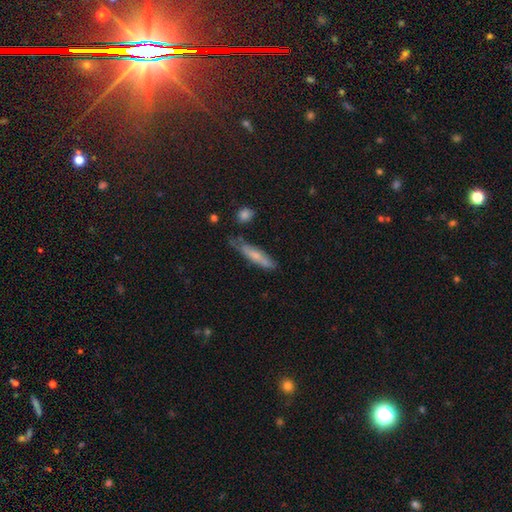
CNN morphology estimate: smooth-or-featured: smooth: 60% | featured or disk: 33% | star or artifact: 7%
  how-rounded: cigar-shaped: 83% | in between: 15% | round: 2%
  merging: none: 61% | minor disturbance: 28% | major disturbance: 7% | merger: 4%